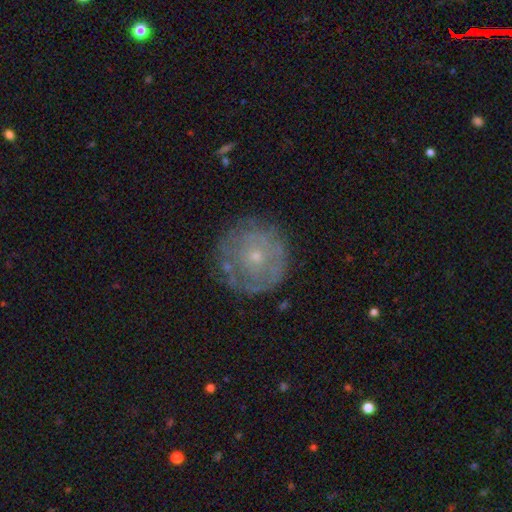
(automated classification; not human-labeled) Smooth or featured: featured or disk — 53% (smooth — 38%)
Edge-on disk: no — 97% (yes — 3%)
Bar: no — 89% (weak — 9%)
Spiral arms: no — 56% (yes — 44%)
Bulge size: small — 78% (moderate — 18%)
Merging: none — 77% (minor disturbance — 15%)